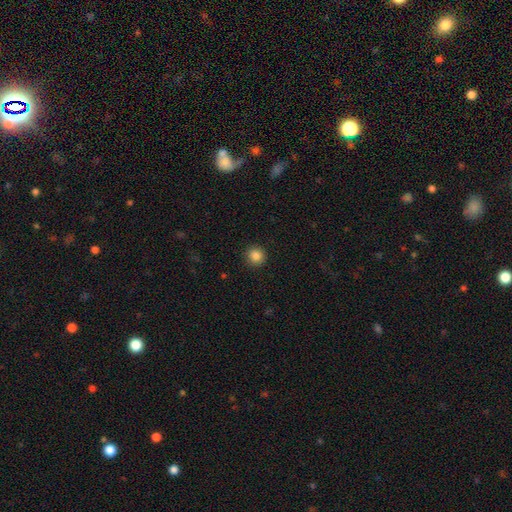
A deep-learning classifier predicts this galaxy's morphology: Overall: smooth (86%). How rounded: round (94%). Merging: none (92%).